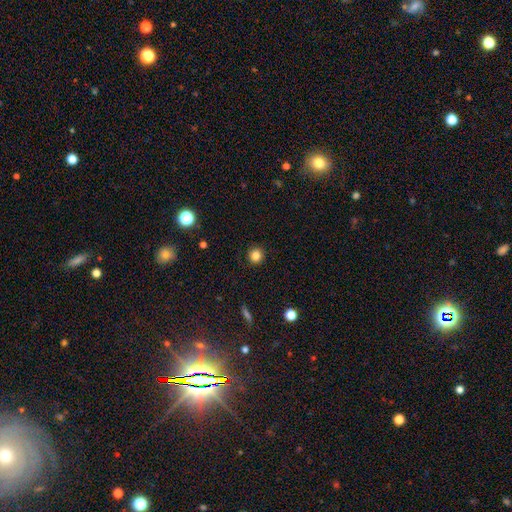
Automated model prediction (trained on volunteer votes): This appears to be a smooth galaxy with no disk features (84%) that is round (93%). Merging: none (91%).